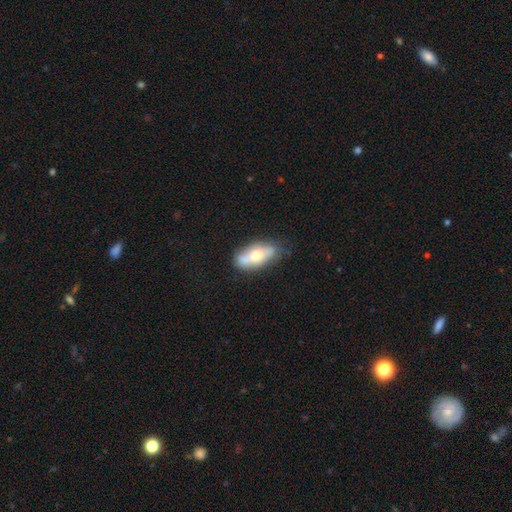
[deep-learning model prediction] This appears to be a smooth galaxy with no disk features (57%) that is in between round and cigar-shaped (83%). Merging: none (58%).